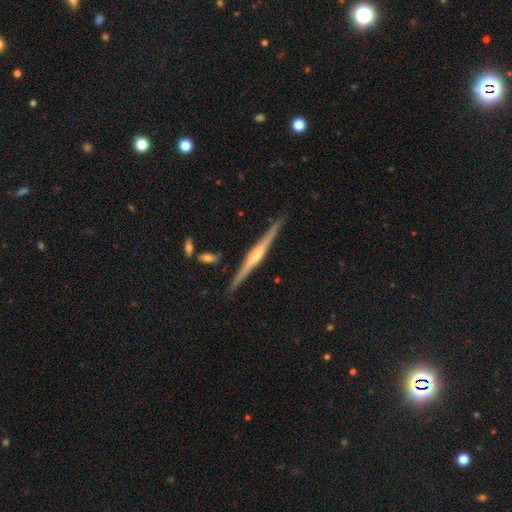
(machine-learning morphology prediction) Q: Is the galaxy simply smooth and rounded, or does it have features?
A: featured or disk — 84%.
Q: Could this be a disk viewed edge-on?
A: yes — 98%.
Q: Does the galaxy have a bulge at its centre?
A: rounded — 76%.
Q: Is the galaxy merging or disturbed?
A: none — 91%.